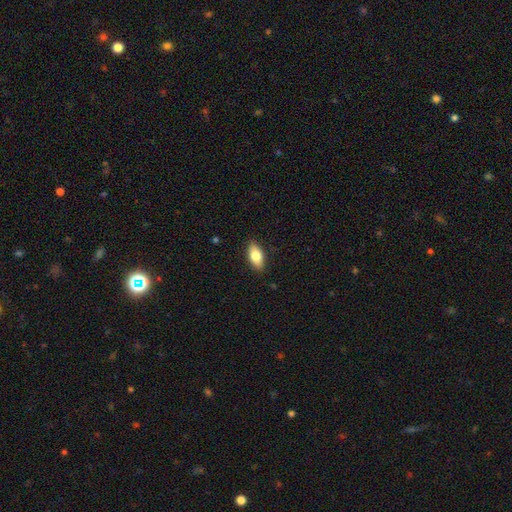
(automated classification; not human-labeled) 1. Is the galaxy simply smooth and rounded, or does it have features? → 74% smooth, 19% featured or disk, 7% star or artifact.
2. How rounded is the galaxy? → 85% in between, 11% cigar-shaped, 4% round.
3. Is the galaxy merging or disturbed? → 87% none, 10% minor disturbance, 2% major disturbance, 1% merger.